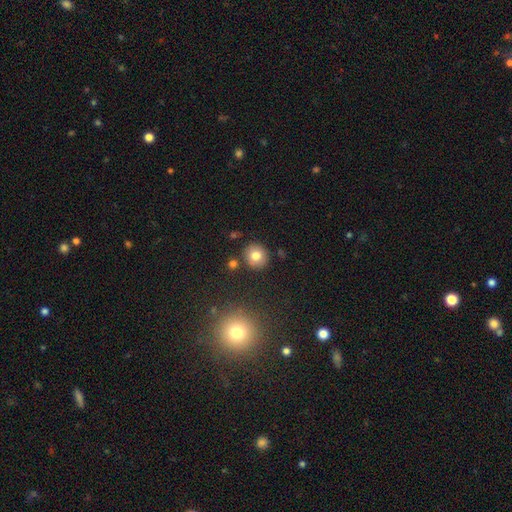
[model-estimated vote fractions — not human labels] Smooth or featured? Predicted: smooth (p=0.78). How rounded? Predicted: round (p=0.87). Merging? Predicted: none (p=0.85).